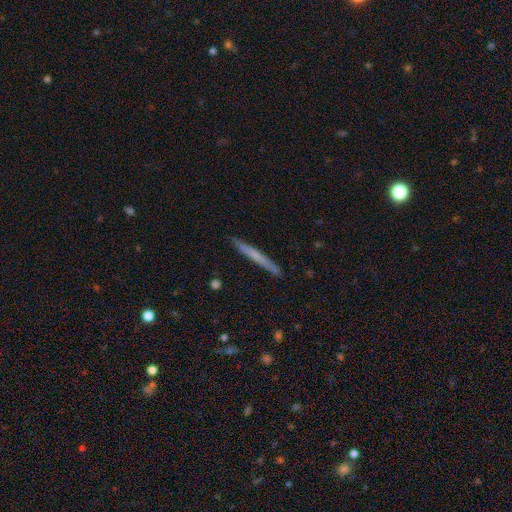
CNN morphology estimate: Smooth or featured? smooth (60%)
How rounded? cigar-shaped (97%)
Merging? none (89%)